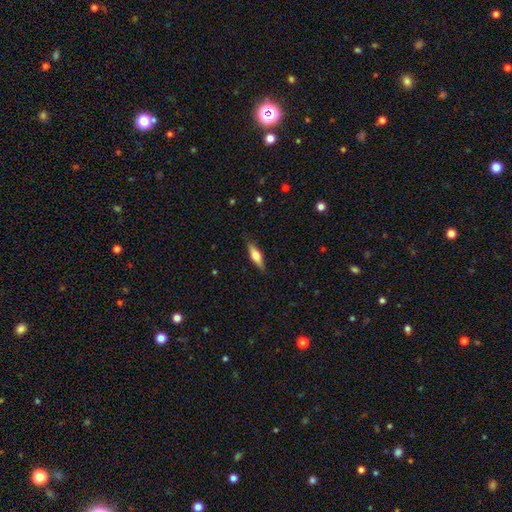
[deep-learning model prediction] The model was most divided on "smooth or featured": smooth: 53%, featured or disk: 41%, star or artifact: 6%. More confident: merging — none (87%); how rounded — cigar-shaped (56%).